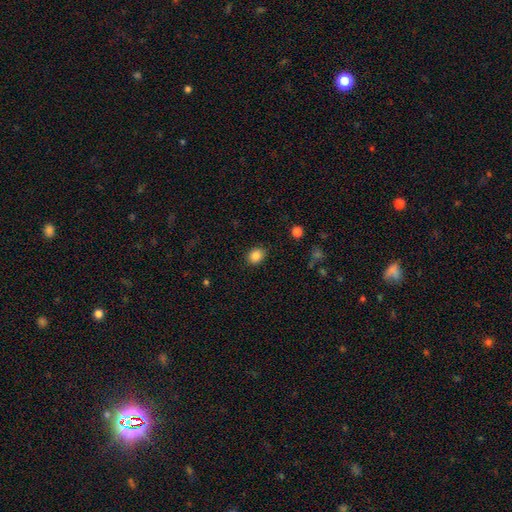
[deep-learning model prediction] smooth 86%, star or artifact 10%, featured or disk 4%. Down the decision tree: how rounded — round (56%); merging — none (87%).